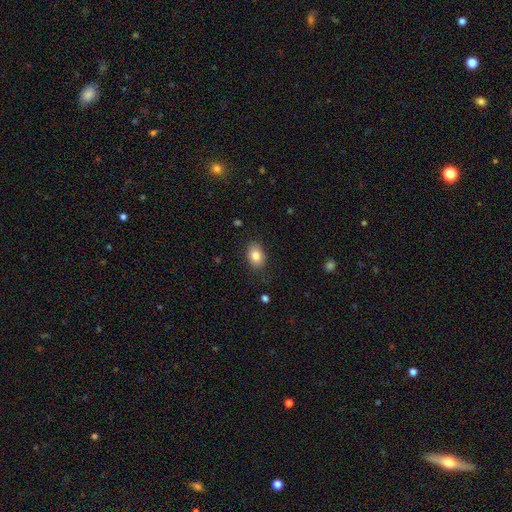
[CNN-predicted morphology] Q: Smooth or featured?
A: smooth (84%); runner-up: star or artifact (8%)
Q: How rounded?
A: in between (76%); runner-up: round (23%)
Q: Merging?
A: none (84%); runner-up: minor disturbance (12%)